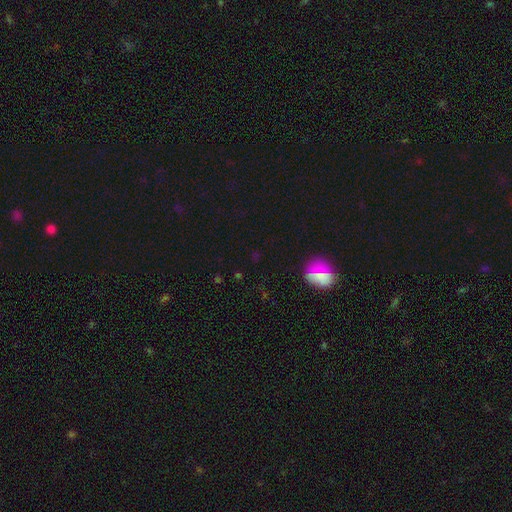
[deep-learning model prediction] A star or artifact, not a galaxy (55%).

Vote fractions:
- Smooth or featured? star or artifact: 55% / smooth: 36% / featured or disk: 9%